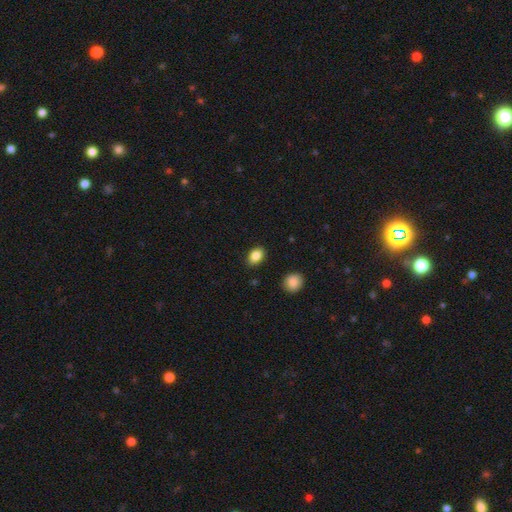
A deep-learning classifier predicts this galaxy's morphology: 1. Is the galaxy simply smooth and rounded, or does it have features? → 86% smooth, 9% star or artifact, 5% featured or disk.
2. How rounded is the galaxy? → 78% in between, 21% round, 1% cigar-shaped.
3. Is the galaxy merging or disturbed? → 87% none, 9% minor disturbance, 2% major disturbance, 2% merger.